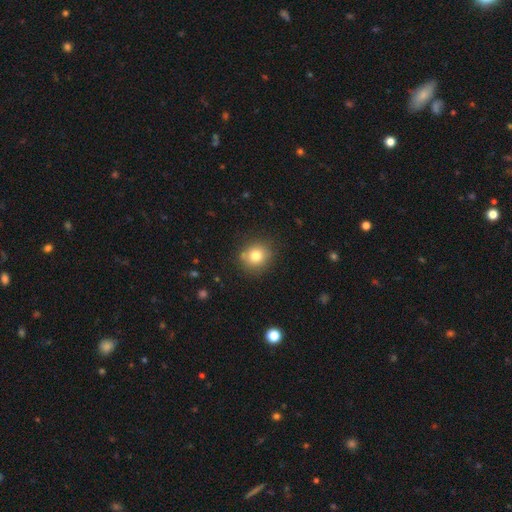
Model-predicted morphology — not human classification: A smooth galaxy with no disk features (79%) that is round (82%).

Vote fractions:
- Smooth or featured? smooth: 79% / star or artifact: 11% / featured or disk: 9%
- How rounded? round: 82% / in between: 17% / cigar-shaped: 1%
- Merging? none: 82% / minor disturbance: 12% / major disturbance: 3% / merger: 2%